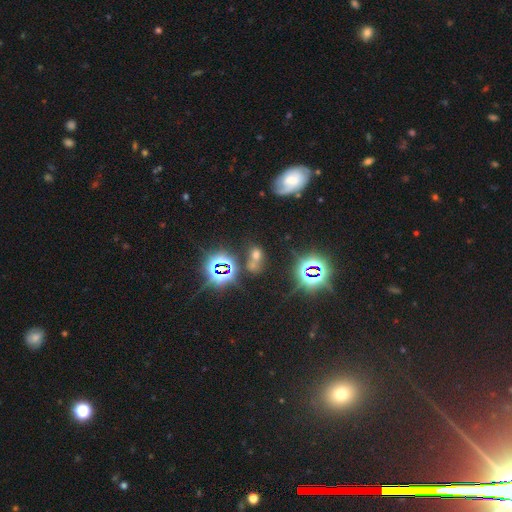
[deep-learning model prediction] Smooth or featured? star or artifact (49%)